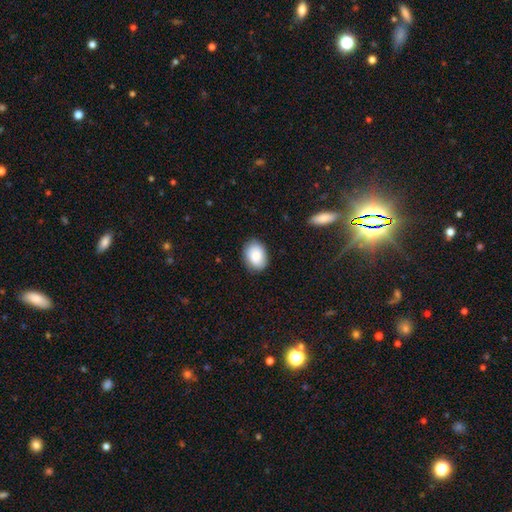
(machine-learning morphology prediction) smooth-or-featured: smooth: 84% | featured or disk: 9% | star or artifact: 7%
  how-rounded: in between: 76% | round: 23% | cigar-shaped: 1%
  merging: none: 83% | minor disturbance: 13% | major disturbance: 3% | merger: 1%